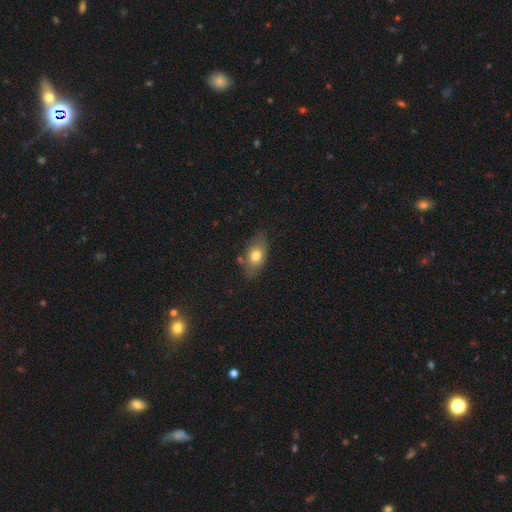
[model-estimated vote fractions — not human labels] smooth-or-featured: smooth: 73% | featured or disk: 19% | star or artifact: 8%
  how-rounded: in between: 84% | round: 11% | cigar-shaped: 5%
  merging: none: 71% | minor disturbance: 20% | major disturbance: 5% | merger: 4%